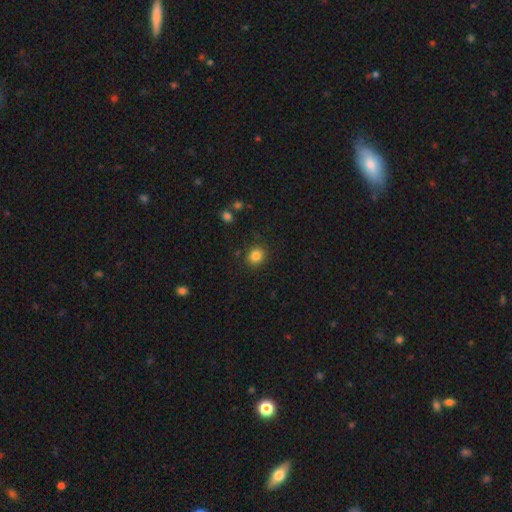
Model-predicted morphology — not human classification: type=smooth (84%); roundness=round (82%); merging=none (87%).